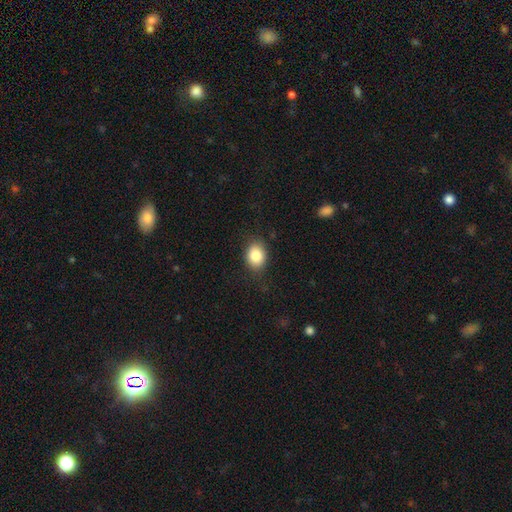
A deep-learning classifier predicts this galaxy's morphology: A smooth galaxy with no disk features (84%) that is in between round and cigar-shaped (61%).

Vote fractions:
- Smooth or featured? smooth: 84% / star or artifact: 9% / featured or disk: 7%
- How rounded? in between: 61% / round: 38% / cigar-shaped: 1%
- Merging? none: 83% / minor disturbance: 13% / major disturbance: 3% / merger: 1%